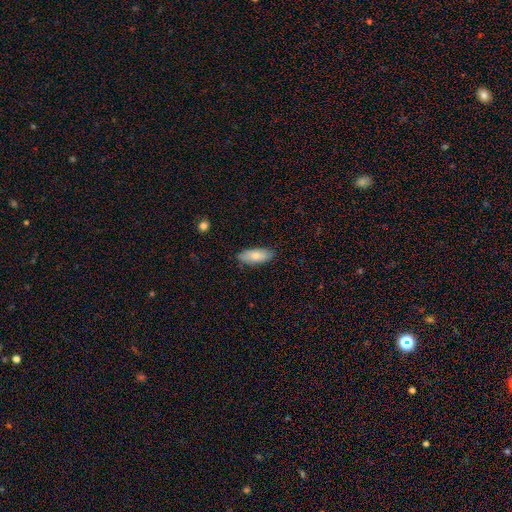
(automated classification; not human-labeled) This is likely a smooth galaxy (79%). How rounded: likely in between (80%). Merging: clearly none (83%).